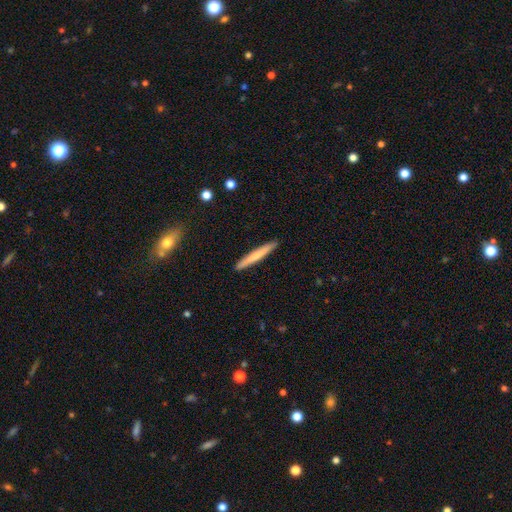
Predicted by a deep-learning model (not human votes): Smooth or featured?
  - smooth: 66% *
  - featured or disk: 29%
  - star or artifact: 5%
How rounded?
  - cigar-shaped: 96% *
  - in between: 3%
  - round: 1%
Merging?
  - none: 92% *
  - minor disturbance: 6%
  - major disturbance: 1%
  - merger: 1%